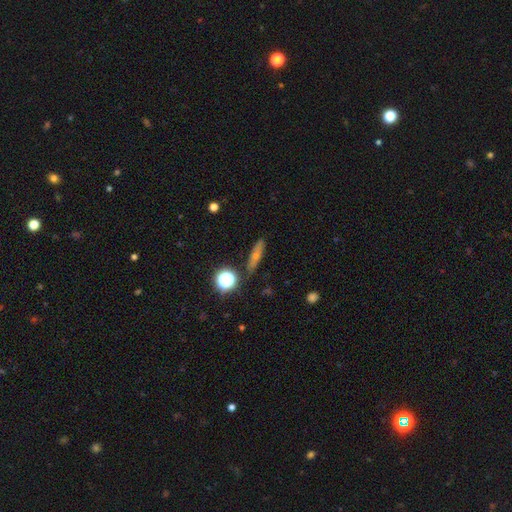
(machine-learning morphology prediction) smooth_or_featured: smooth (p=0.39) [alt: featured or disk p=0.35]
merging: none (p=0.83) [alt: minor disturbance p=0.10]